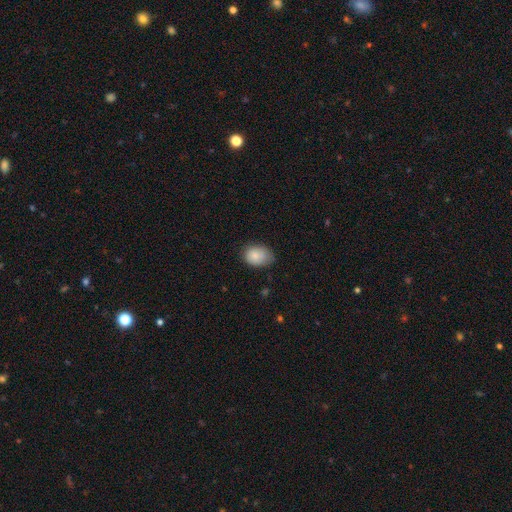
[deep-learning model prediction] The model was most divided on "merging": none: 64%, minor disturbance: 29%, major disturbance: 5%, merger: 1%. More confident: smooth or featured — smooth (85%); how rounded — in between (68%).